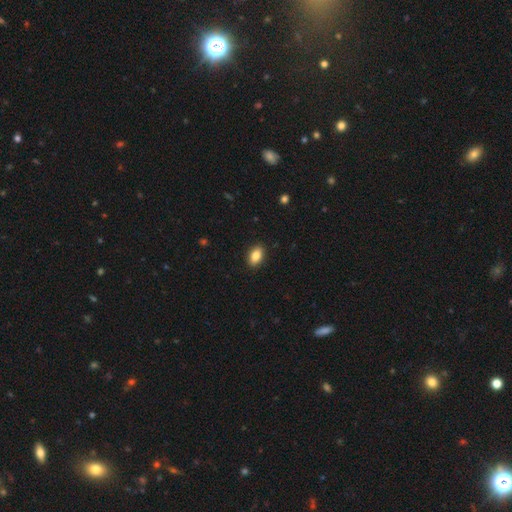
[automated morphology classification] Smooth or featured?
  - smooth: 85% *
  - star or artifact: 8%
  - featured or disk: 7%
How rounded?
  - in between: 89% *
  - round: 9%
  - cigar-shaped: 2%
Merging?
  - none: 90% *
  - minor disturbance: 7%
  - major disturbance: 2%
  - merger: 1%